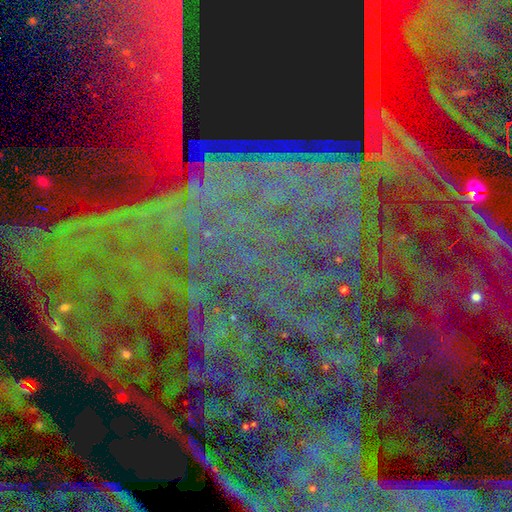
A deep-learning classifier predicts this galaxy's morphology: smooth-or-featured: star or artifact: 87% | featured or disk: 7% | smooth: 6%